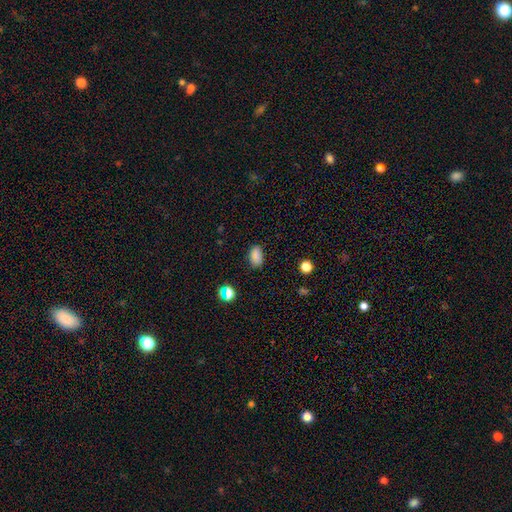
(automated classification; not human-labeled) smooth_or_featured: smooth (p=0.84) [alt: star or artifact p=0.12]
how_rounded: in between (p=0.87) [alt: round p=0.11]
merging: none (p=0.82) [alt: minor disturbance p=0.13]